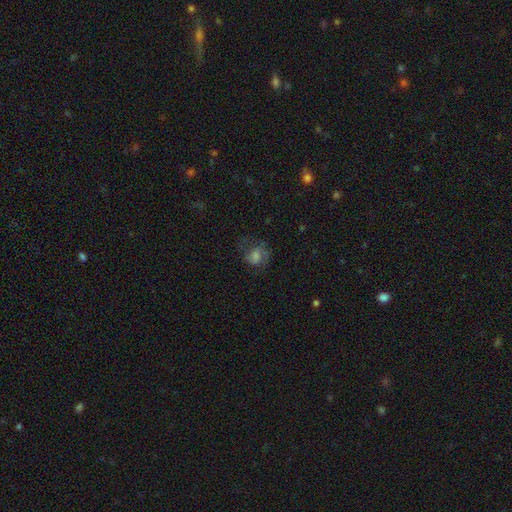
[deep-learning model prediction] The model was most divided on "smooth or featured": featured or disk: 43%, smooth: 41%, star or artifact: 16%. More confident: merging — none (61%).